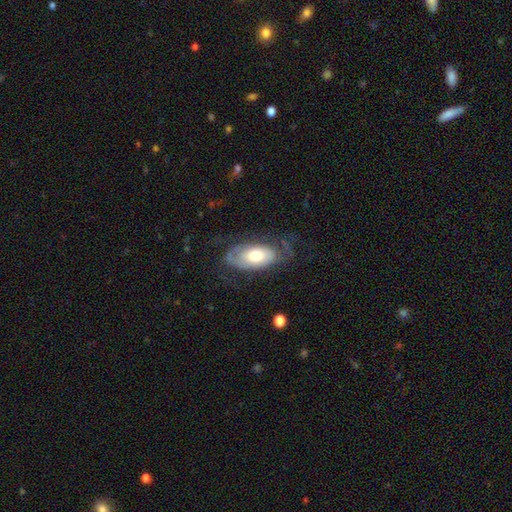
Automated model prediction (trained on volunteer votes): This is possibly a featured or disk galaxy (47%). Merging: possibly none (57%).